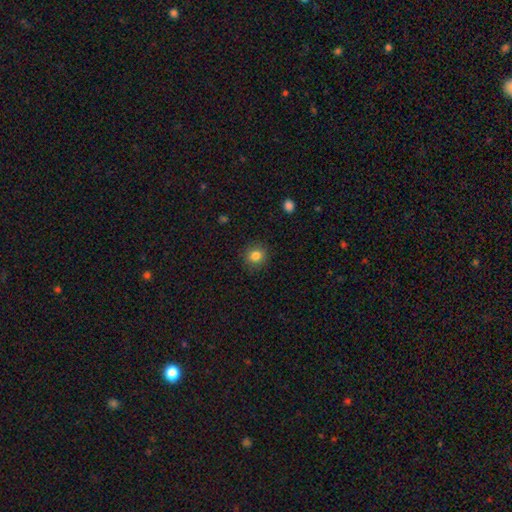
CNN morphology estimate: A smooth galaxy with no disk features (83%) that is round (86%). Merging: none (89%).